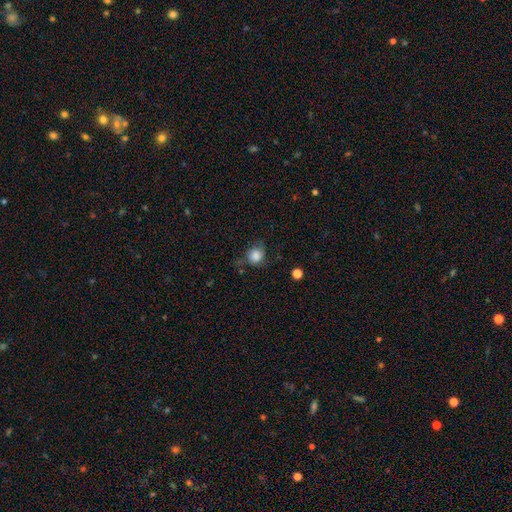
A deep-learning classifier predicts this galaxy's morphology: Smooth or featured?
  - smooth: 84% *
  - star or artifact: 9%
  - featured or disk: 7%
How rounded?
  - round: 75% *
  - in between: 24%
  - cigar-shaped: 1%
Merging?
  - none: 57% *
  - minor disturbance: 29%
  - major disturbance: 11%
  - merger: 3%